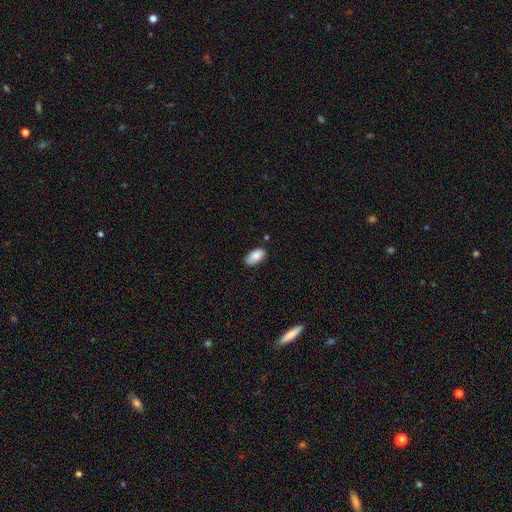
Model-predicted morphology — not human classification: Smooth or featured? Predicted: smooth (p=0.87). How rounded? Predicted: in between (p=0.95). Merging? Predicted: none (p=0.82).